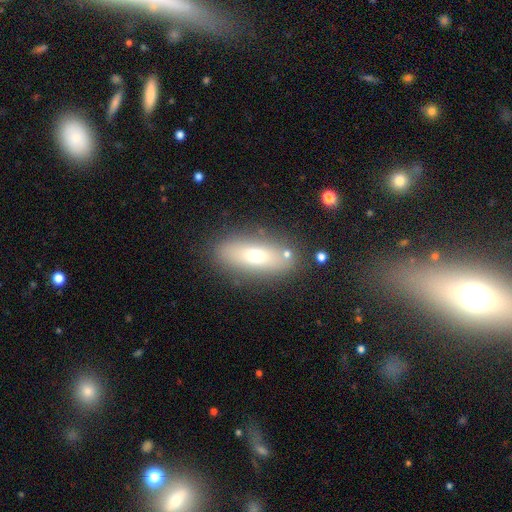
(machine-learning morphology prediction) A smooth galaxy with no disk features (66%) that is in between round and cigar-shaped (70%).

Vote fractions:
- Smooth or featured? smooth: 66% / featured or disk: 24% / star or artifact: 9%
- How rounded? in between: 70% / cigar-shaped: 26% / round: 4%
- Merging? none: 80% / minor disturbance: 12% / major disturbance: 4% / merger: 4%